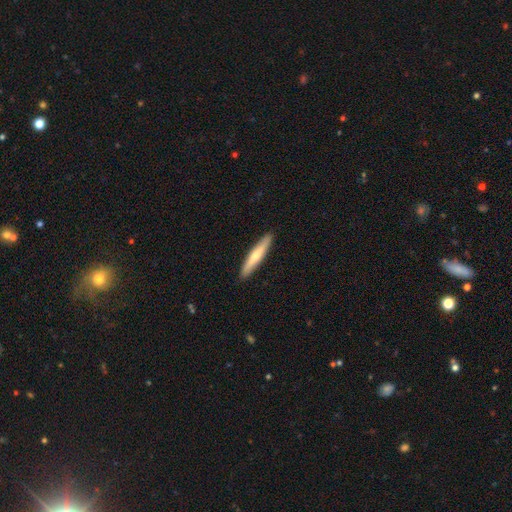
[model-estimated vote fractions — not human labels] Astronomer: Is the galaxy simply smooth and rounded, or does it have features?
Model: smooth — 53% (runner-up: featured or disk, 42%).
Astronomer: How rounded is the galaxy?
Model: cigar-shaped — 91%.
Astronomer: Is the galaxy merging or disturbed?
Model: none — 91%.